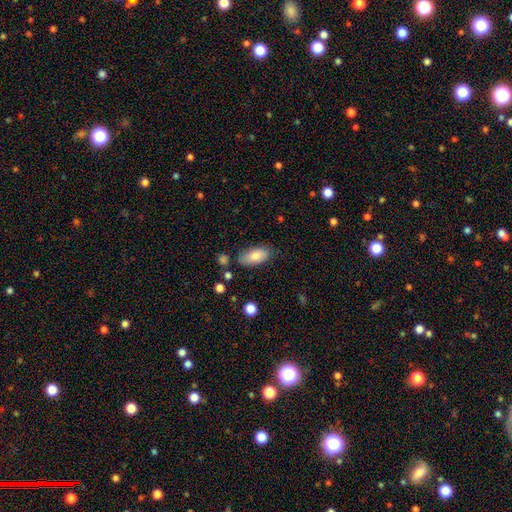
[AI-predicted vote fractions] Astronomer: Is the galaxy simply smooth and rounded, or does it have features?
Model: smooth — 82%.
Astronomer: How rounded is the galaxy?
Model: in between — 90%.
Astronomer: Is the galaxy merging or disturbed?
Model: none — 77%.